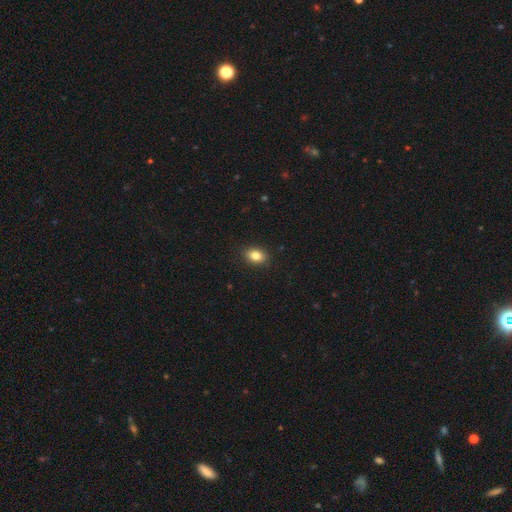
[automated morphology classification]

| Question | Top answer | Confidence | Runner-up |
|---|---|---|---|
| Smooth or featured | smooth | 84% | star or artifact (9%) |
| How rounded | in between | 77% | round (22%) |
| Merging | none | 89% | minor disturbance (8%) |